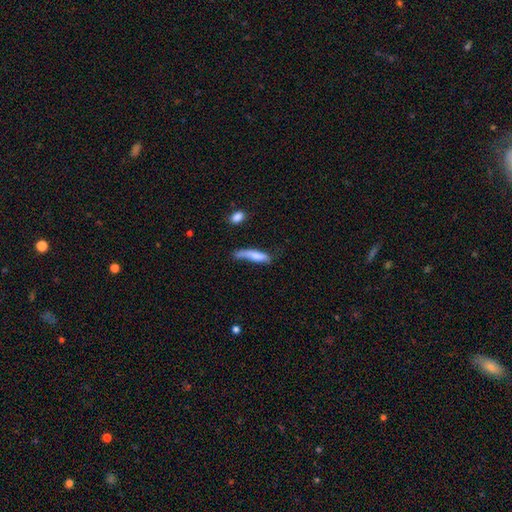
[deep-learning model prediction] A smooth galaxy with no disk features (71%) that is cigar-shaped (70%).

Vote fractions:
- Smooth or featured? smooth: 71% / featured or disk: 22% / star or artifact: 7%
- How rounded? cigar-shaped: 70% / in between: 28% / round: 2%
- Merging? none: 36% / minor disturbance: 33% / major disturbance: 24% / merger: 7%